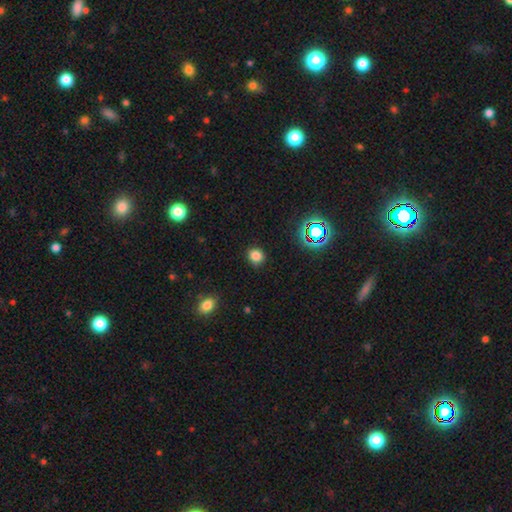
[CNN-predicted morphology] smooth_or_featured: smooth (p=0.79) [alt: star or artifact p=0.17]
how_rounded: round (p=0.77) [alt: in between p=0.22]
merging: none (p=0.86) [alt: minor disturbance p=0.10]